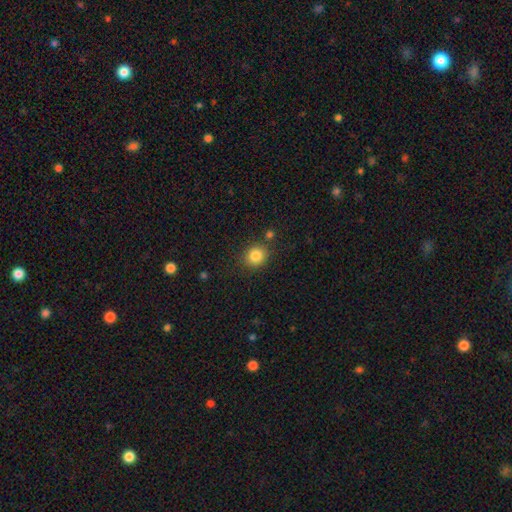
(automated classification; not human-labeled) This appears to be a smooth galaxy with no disk features (85%) that is round (78%). Merging: none (82%).